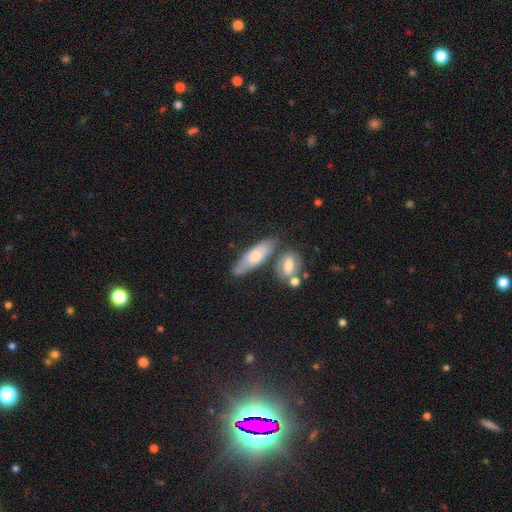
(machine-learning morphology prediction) A smooth galaxy with no disk features (64%) that is in between round and cigar-shaped (49%, tied with cigar-shaped). Merging: none (60%).